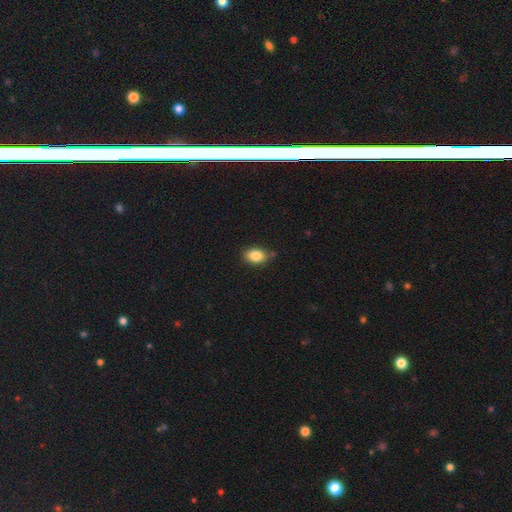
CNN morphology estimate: The model was most divided on "how rounded": in between: 82%, round: 17%, cigar-shaped: 2%. More confident: smooth or featured — smooth (85%); merging — none (80%).